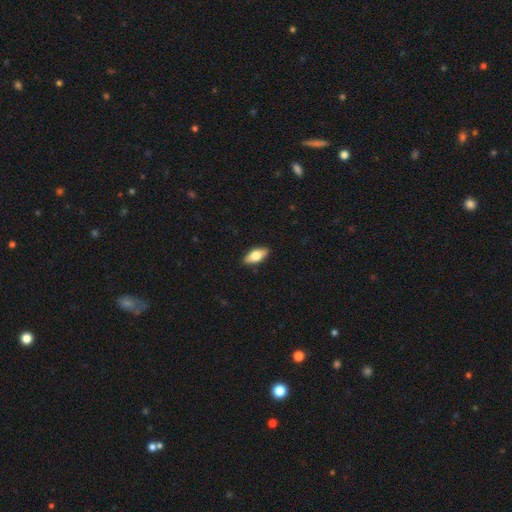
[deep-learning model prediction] Morphology: type=smooth (66%); roundness=in between (80%); merging=none (89%).